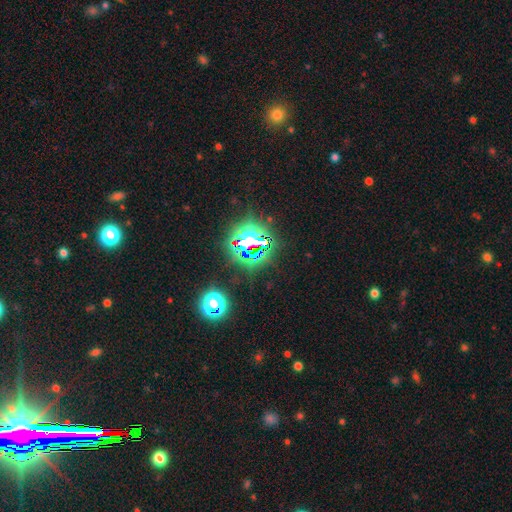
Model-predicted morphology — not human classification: Smooth or featured? Predicted: star or artifact (p=0.79).